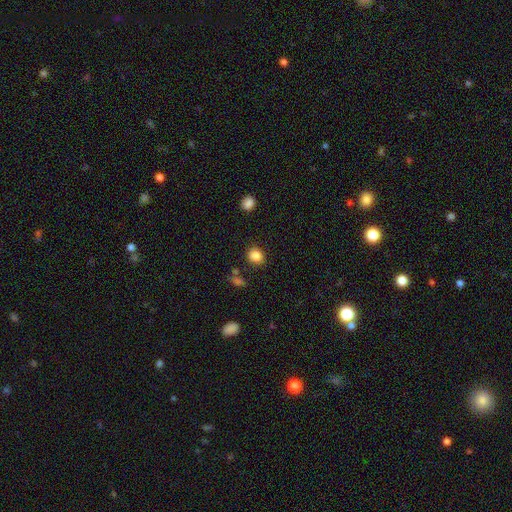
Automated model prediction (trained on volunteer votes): smooth_or_featured: smooth (p=0.85) [alt: star or artifact p=0.10]
how_rounded: round (p=0.64) [alt: in between p=0.35]
merging: none (p=0.80) [alt: minor disturbance p=0.12]